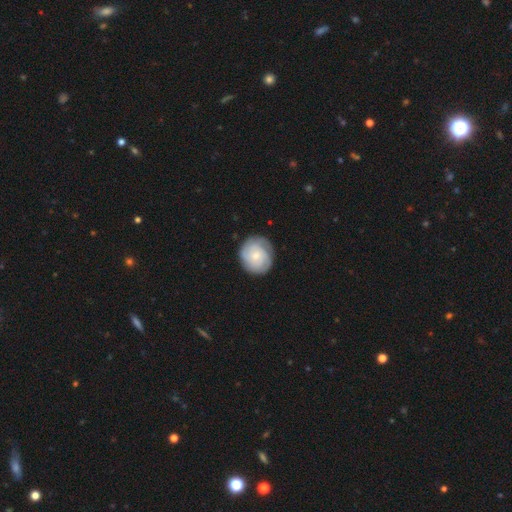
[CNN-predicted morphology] type=featured or disk (55%); edge-on=no (98%); bar=no (80%); spiral arms=yes (88%); bulge=small (62%); merging=none (79%).